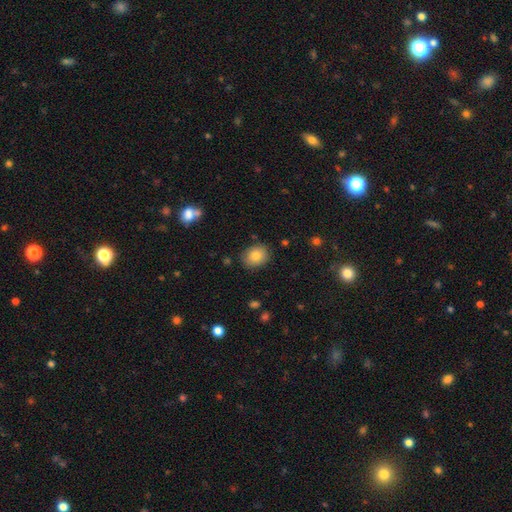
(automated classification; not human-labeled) smooth-or-featured: smooth: 81% | featured or disk: 10% | star or artifact: 9%
  how-rounded: in between: 56% | round: 43% | cigar-shaped: 1%
  merging: none: 84% | minor disturbance: 11% | major disturbance: 3% | merger: 2%